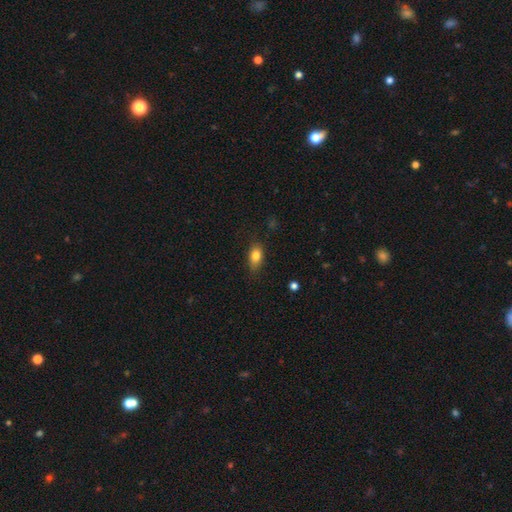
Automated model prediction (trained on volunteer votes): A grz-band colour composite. It shows a smooth galaxy with no disk features (81%) that is in between round and cigar-shaped (83%). Merging: none (79%).